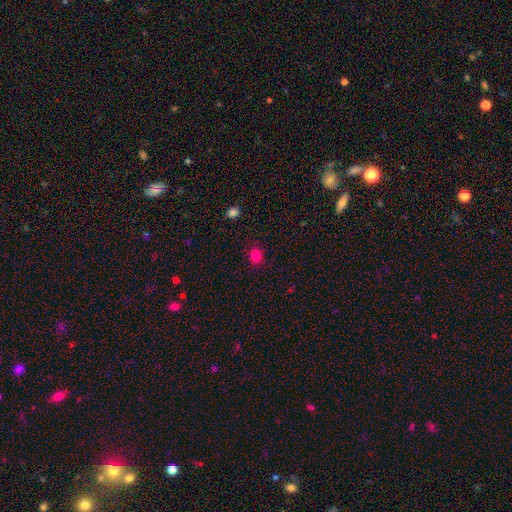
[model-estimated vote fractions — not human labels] Smooth or featured? Predicted: smooth (p=0.82). How rounded? Predicted: round (p=0.81). Merging? Predicted: none (p=0.89).